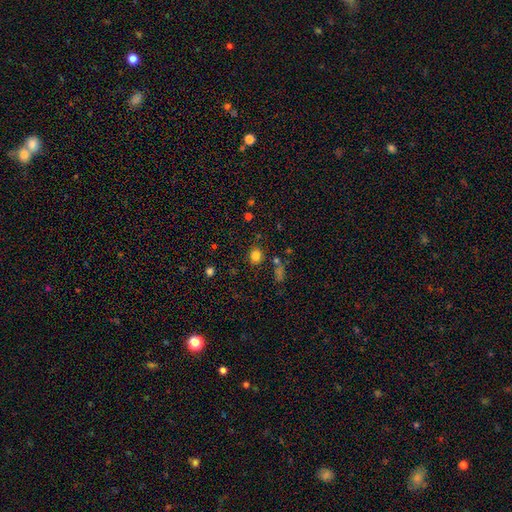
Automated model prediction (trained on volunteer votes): Smooth or featured?
  - smooth: 80% *
  - star or artifact: 15%
  - featured or disk: 6%
How rounded?
  - round: 76% *
  - in between: 23%
  - cigar-shaped: 1%
Merging?
  - none: 82% *
  - minor disturbance: 10%
  - merger: 5%
  - major disturbance: 4%